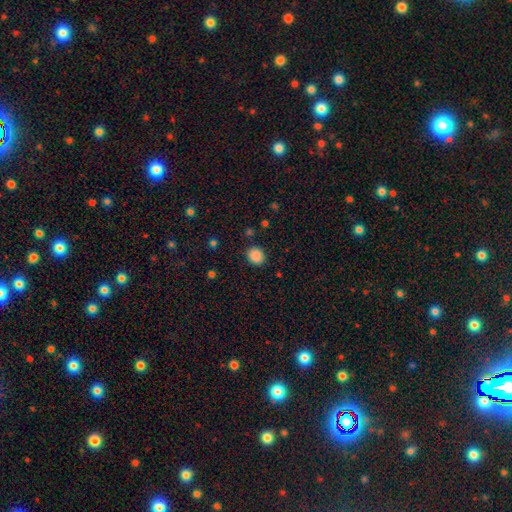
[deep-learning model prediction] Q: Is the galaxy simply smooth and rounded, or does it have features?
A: smooth — 87%.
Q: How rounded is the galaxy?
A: round — 71%.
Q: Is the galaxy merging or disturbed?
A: none — 85%.